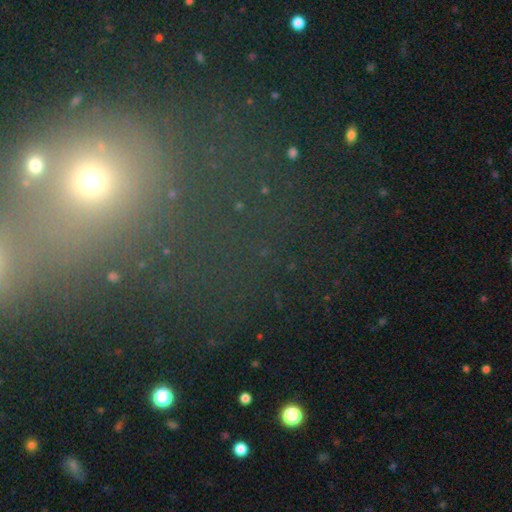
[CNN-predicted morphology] Q: Smooth or featured?
A: star or artifact (56%); runner-up: smooth (30%)